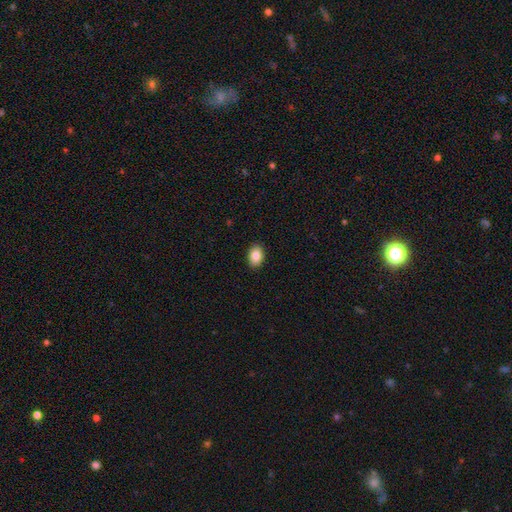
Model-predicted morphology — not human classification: type=smooth (86%); roundness=in between (87%); merging=none (90%).